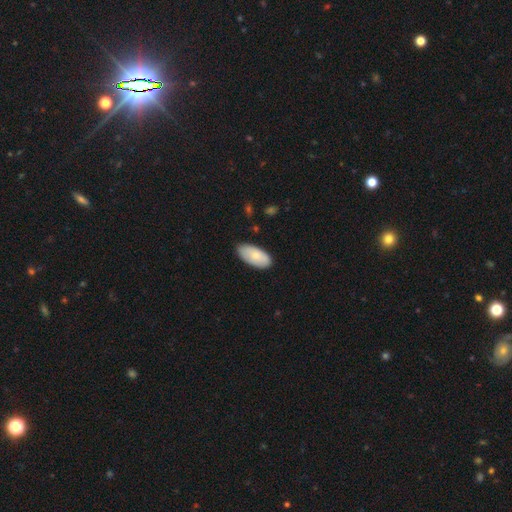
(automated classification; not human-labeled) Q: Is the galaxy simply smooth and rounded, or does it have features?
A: smooth — 75%.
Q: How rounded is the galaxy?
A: in between — 94%.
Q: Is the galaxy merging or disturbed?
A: none — 82%.